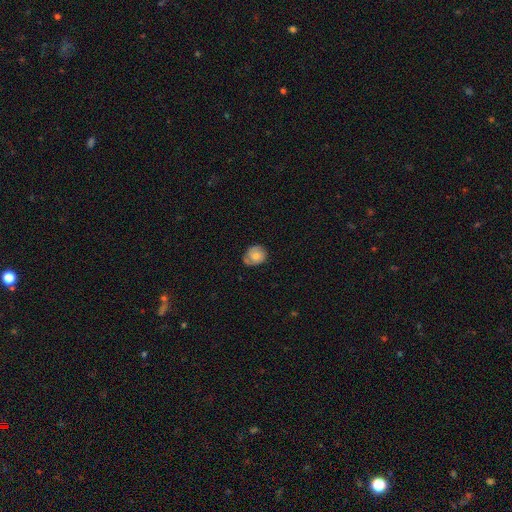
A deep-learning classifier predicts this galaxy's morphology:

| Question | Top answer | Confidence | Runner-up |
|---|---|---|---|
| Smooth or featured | smooth | 57% | featured or disk (35%) |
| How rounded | round | 67% | in between (32%) |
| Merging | none | 62% | minor disturbance (28%) |